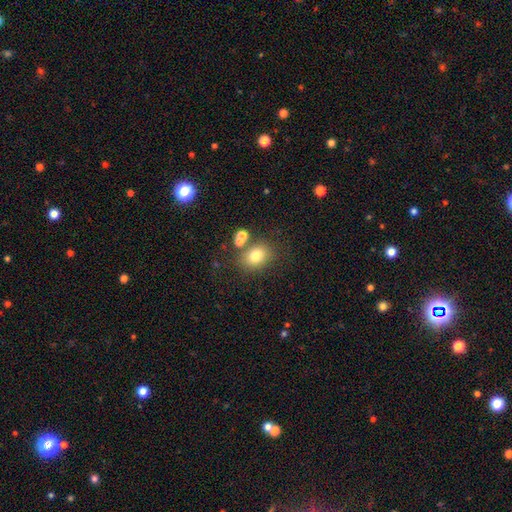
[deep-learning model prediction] Smooth or featured? Predicted: smooth (p=0.76). How rounded? Predicted: round (p=0.51). Merging? Predicted: none (p=0.68).